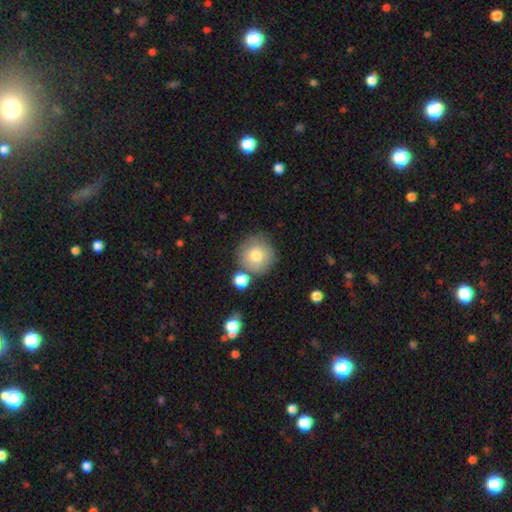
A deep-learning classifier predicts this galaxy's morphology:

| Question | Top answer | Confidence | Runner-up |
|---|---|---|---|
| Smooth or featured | smooth | 79% | featured or disk (13%) |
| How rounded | round | 94% | in between (5%) |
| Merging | none | 75% | minor disturbance (12%) |